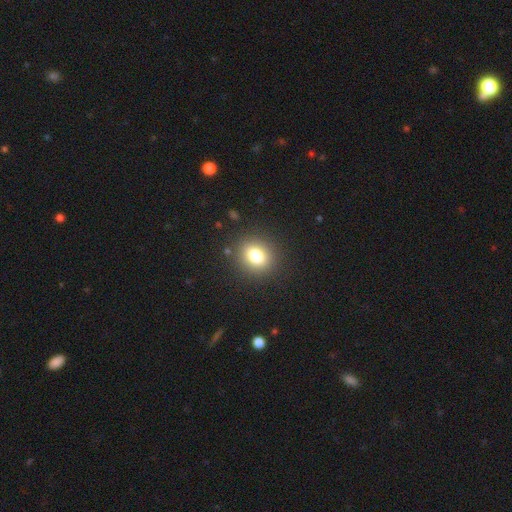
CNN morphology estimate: smooth_or_featured: smooth (p=0.78) [alt: star or artifact p=0.13]
how_rounded: round (p=0.64) [alt: in between p=0.35]
merging: none (p=0.88) [alt: minor disturbance p=0.07]